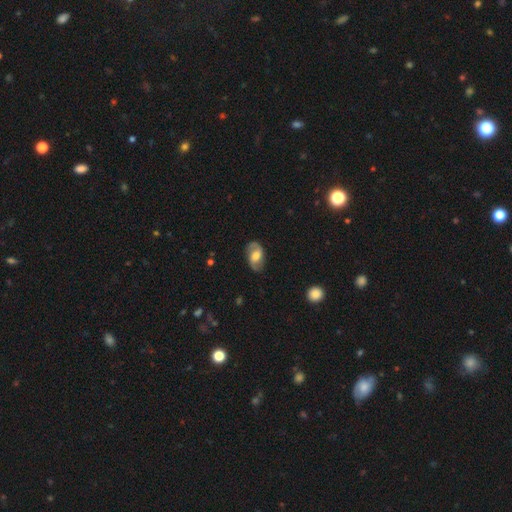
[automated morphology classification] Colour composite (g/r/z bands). It shows a featured or disk galaxy (72%) with a weak bar (45%), 2 (90%) medium (44%) spiral arms (90%) and a moderate central bulge (51%). Merging: none (79%).